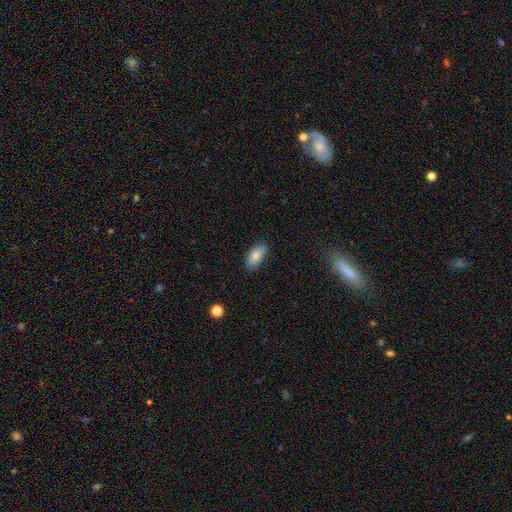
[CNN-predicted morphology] smooth-or-featured: smooth: 83% | featured or disk: 10% | star or artifact: 7%
  how-rounded: in between: 91% | cigar-shaped: 7% | round: 3%
  merging: none: 78% | minor disturbance: 17% | major disturbance: 3% | merger: 2%